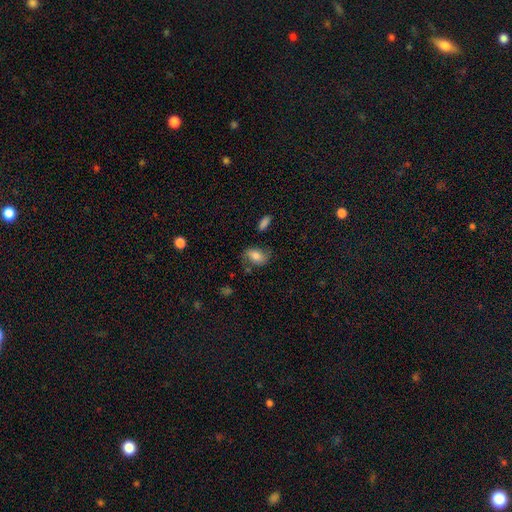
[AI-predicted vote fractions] Smooth or featured? Predicted: smooth (p=0.62). How rounded? Predicted: in between (p=0.81). Merging? Predicted: none (p=0.66).